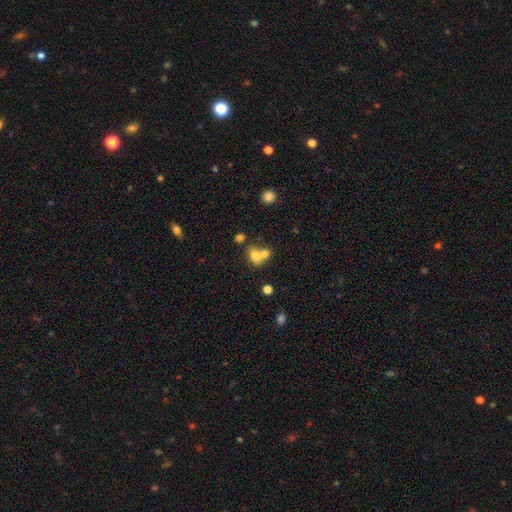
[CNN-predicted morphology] This is likely a smooth galaxy (73%). How rounded: possibly in between (58%). Merging: possibly merger (58%).